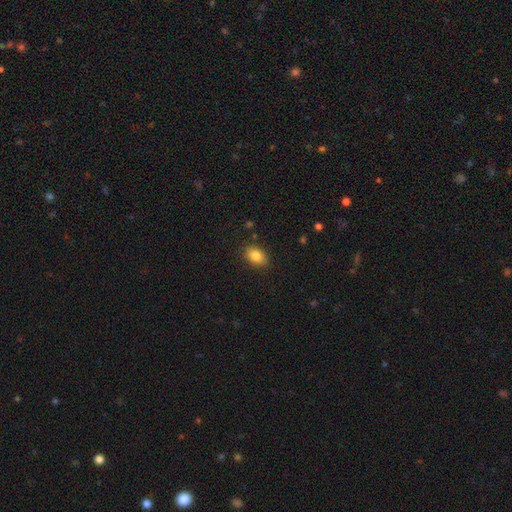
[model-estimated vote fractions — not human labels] The model was most divided on "how rounded": in between: 86%, round: 13%, cigar-shaped: 2%. More confident: merging — none (86%); smooth or featured — smooth (85%).